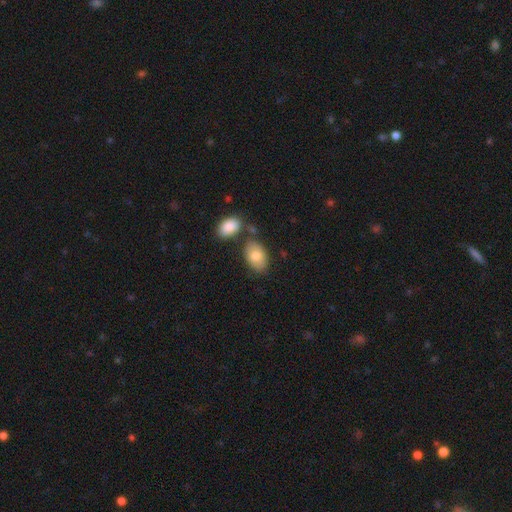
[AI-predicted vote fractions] smooth-or-featured: smooth: 78% | featured or disk: 15% | star or artifact: 7%
  how-rounded: in between: 91% | round: 7% | cigar-shaped: 1%
  merging: none: 66% | minor disturbance: 15% | merger: 15% | major disturbance: 4%